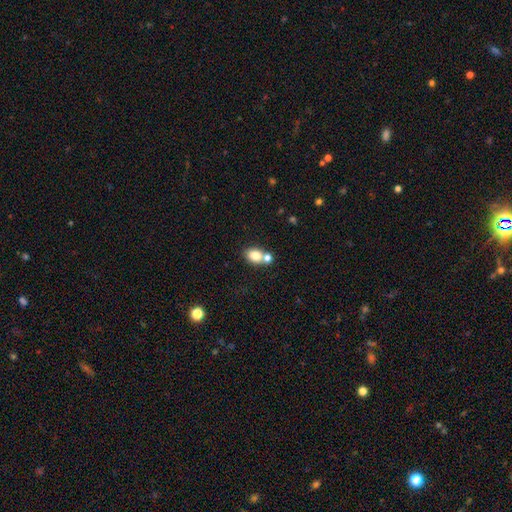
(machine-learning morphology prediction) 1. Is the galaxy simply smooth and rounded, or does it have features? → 81% smooth, 9% featured or disk, 9% star or artifact.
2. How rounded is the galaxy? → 66% in between, 33% round, 1% cigar-shaped.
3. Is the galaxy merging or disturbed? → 50% none, 36% merger, 11% minor disturbance, 4% major disturbance.